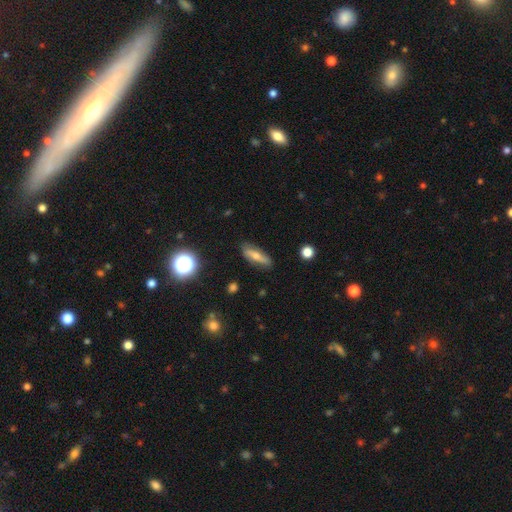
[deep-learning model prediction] This appears to be a smooth galaxy with no disk features (46%). Merging: none (81%).